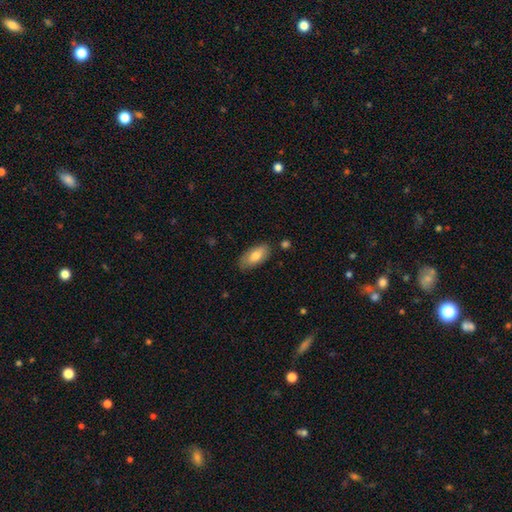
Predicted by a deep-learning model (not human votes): Smooth or featured? Predicted: smooth (p=0.77). How rounded? Predicted: in between (p=0.90). Merging? Predicted: none (p=0.80).